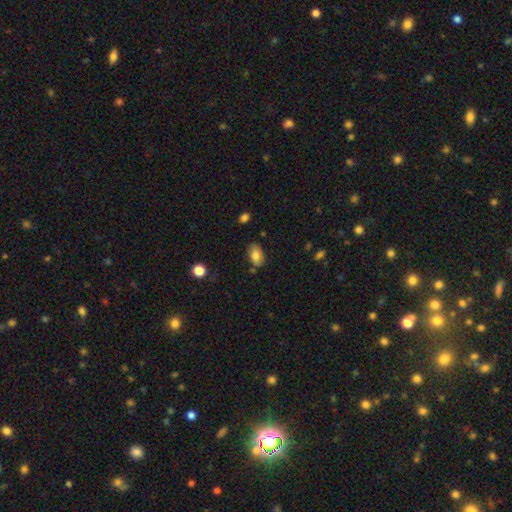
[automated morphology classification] Smooth or featured?
  - smooth: 79% *
  - featured or disk: 12%
  - star or artifact: 8%
How rounded?
  - in between: 90% *
  - round: 8%
  - cigar-shaped: 2%
Merging?
  - none: 75% *
  - minor disturbance: 18%
  - merger: 4%
  - major disturbance: 3%